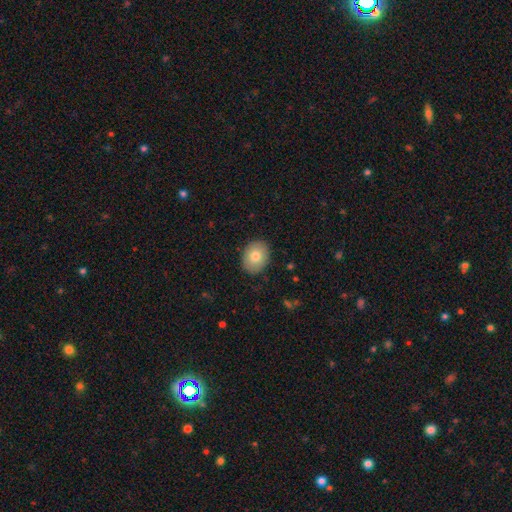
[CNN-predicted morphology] type=smooth (80%); roundness=in between (58%); merging=none (89%).